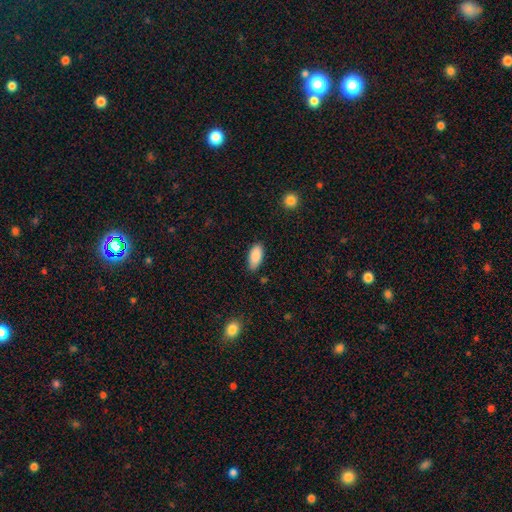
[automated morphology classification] smooth-or-featured: smooth: 89% | star or artifact: 7% | featured or disk: 5%
  how-rounded: in between: 91% | cigar-shaped: 7% | round: 2%
  merging: none: 81% | minor disturbance: 15% | major disturbance: 3% | merger: 1%